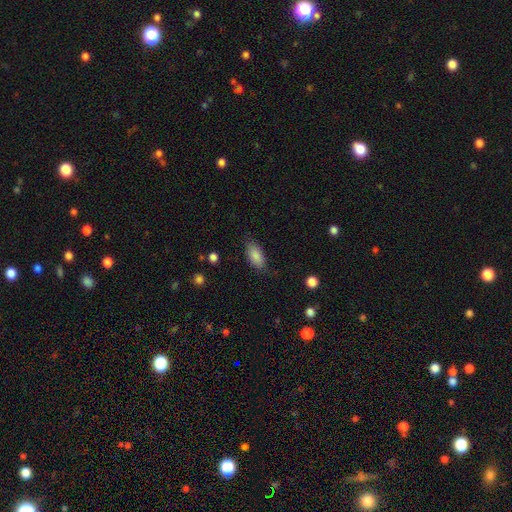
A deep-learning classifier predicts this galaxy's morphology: type=smooth (86%); roundness=in between (90%); merging=none (78%).